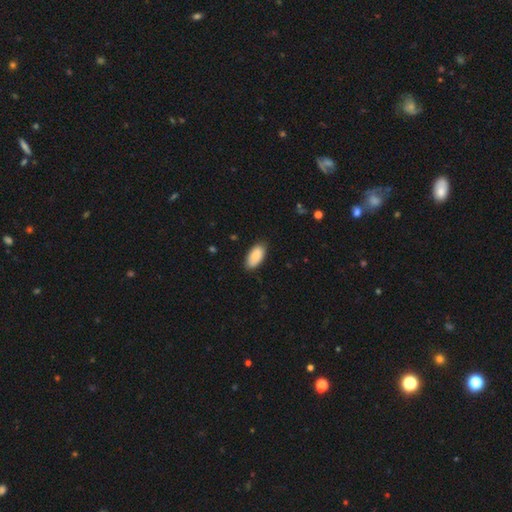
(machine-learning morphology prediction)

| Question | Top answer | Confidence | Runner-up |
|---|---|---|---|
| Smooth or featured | smooth | 87% | featured or disk (7%) |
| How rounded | in between | 93% | cigar-shaped (5%) |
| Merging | none | 81% | minor disturbance (15%) |